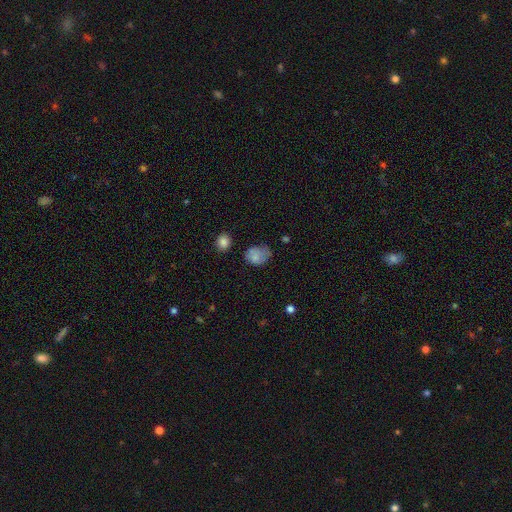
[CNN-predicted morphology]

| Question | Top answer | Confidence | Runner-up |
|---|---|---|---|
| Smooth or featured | smooth | 76% | featured or disk (13%) |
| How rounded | in between | 59% | round (40%) |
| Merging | none | 45% | minor disturbance (36%) |